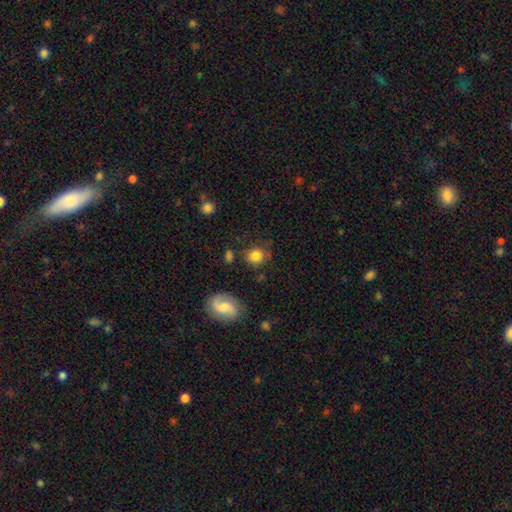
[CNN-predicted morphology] Smooth or featured: smooth — 78% (featured or disk — 12%)
How rounded: round — 78% (in between — 21%)
Merging: none — 73% (minor disturbance — 17%)